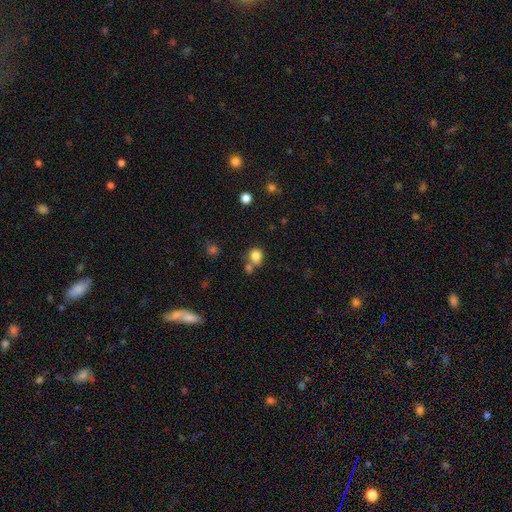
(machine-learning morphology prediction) Smooth or featured? smooth (82%)
How rounded? round (81%)
Merging? none (60%)